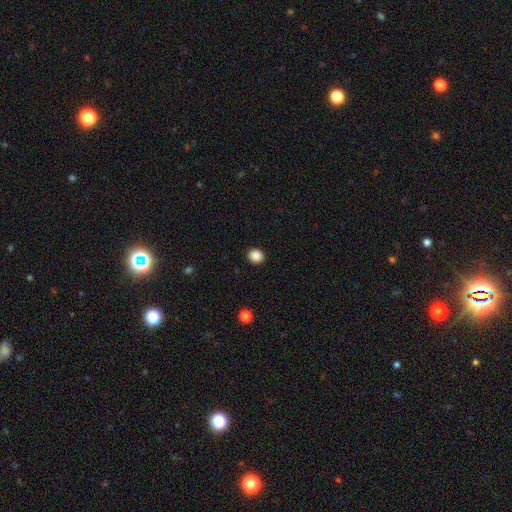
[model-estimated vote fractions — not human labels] A smooth galaxy with no disk features (88%) that is round (75%). Merging: none (92%).